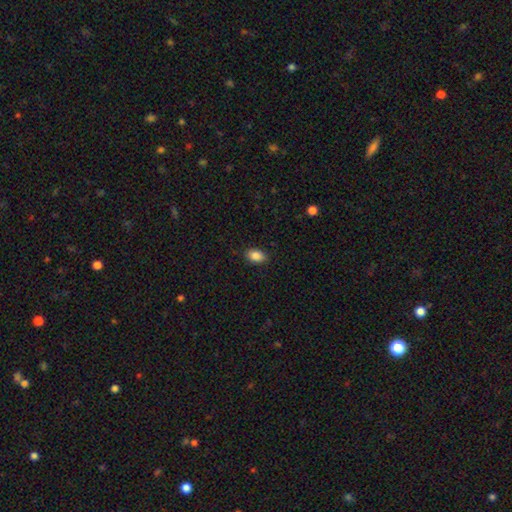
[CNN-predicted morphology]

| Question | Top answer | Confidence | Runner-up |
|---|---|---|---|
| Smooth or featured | smooth | 88% | star or artifact (8%) |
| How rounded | in between | 86% | round (12%) |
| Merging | none | 88% | minor disturbance (9%) |